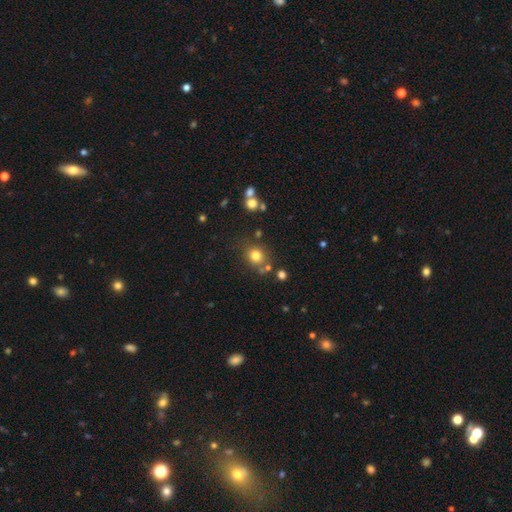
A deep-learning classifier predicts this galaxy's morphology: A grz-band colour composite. It shows a smooth galaxy with no disk features (77%) that is round (80%). Merging: none (72%).